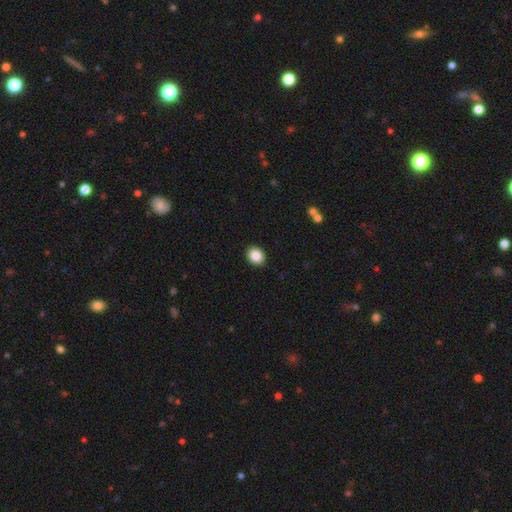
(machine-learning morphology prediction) Smooth or featured?
  - smooth: 87% *
  - star or artifact: 8%
  - featured or disk: 5%
How rounded?
  - in between: 53% *
  - round: 46%
  - cigar-shaped: 1%
Merging?
  - none: 91% *
  - minor disturbance: 6%
  - major disturbance: 2%
  - merger: 1%